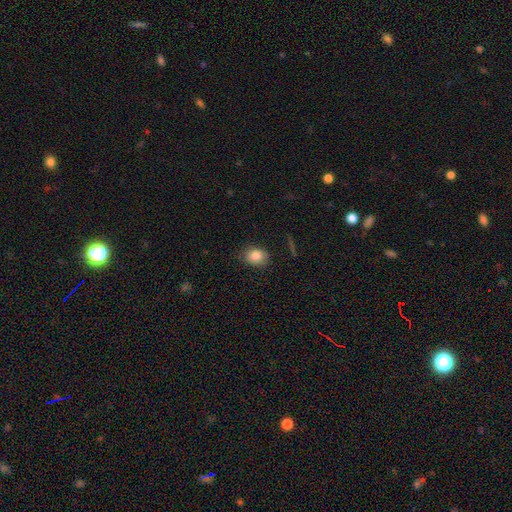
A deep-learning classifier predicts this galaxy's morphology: Smooth or featured? smooth (84%)
How rounded? round (50%)
Merging? none (81%)